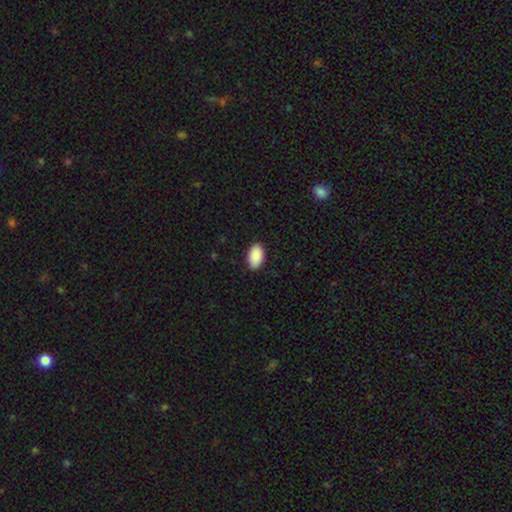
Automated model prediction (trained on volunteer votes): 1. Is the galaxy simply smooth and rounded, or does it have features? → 91% smooth, 6% star or artifact, 3% featured or disk.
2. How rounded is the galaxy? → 94% in between, 5% round, 1% cigar-shaped.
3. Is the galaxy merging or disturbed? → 88% none, 9% minor disturbance, 2% major disturbance, 1% merger.